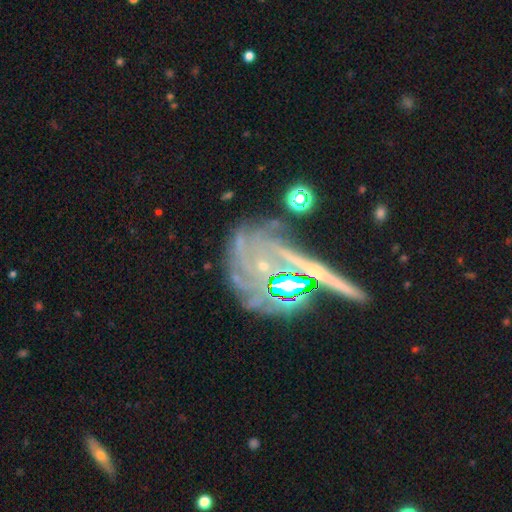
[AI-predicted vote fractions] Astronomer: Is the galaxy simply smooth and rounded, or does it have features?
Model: featured or disk — 72%.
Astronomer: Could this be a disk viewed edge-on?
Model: no — 92%.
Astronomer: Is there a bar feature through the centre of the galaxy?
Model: no — 69%.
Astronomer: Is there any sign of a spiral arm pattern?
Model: yes — 91%.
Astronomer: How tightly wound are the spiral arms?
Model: tight — 74%.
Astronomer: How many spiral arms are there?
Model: can't tell — 35% (runner-up: 3, 17%).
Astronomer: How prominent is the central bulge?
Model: small — 69%.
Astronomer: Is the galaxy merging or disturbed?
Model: none — 59%.